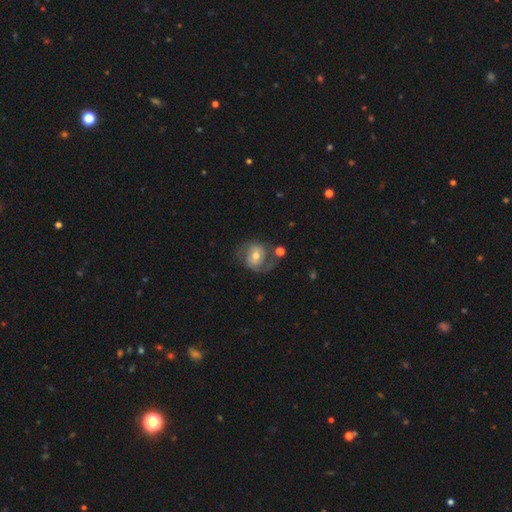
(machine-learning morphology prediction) The model was most divided on "bar": weak: 44%, no: 40%, strong: 16%. Remaining: edge-on disk — no (97%); spiral arms — yes (87%); spiral arm count — 2 (77%); smooth or featured — featured or disk (69%); bulge size — moderate (64%); merging — none (53%); spiral winding — medium (47%).